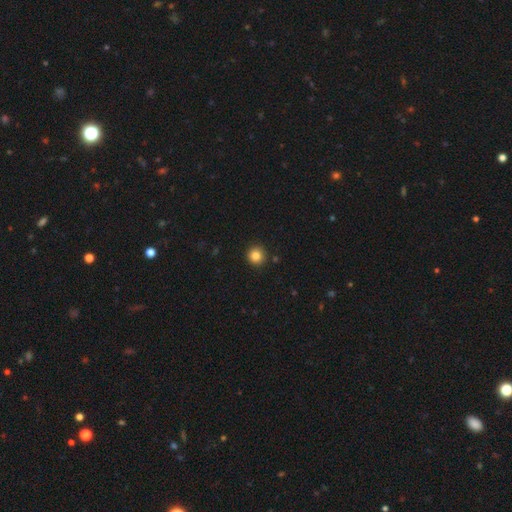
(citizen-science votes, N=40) Smooth or featured: smooth — 100%
How rounded: round — 98% (in between — 2%)
Merging: none — 98% (merger — 2%)